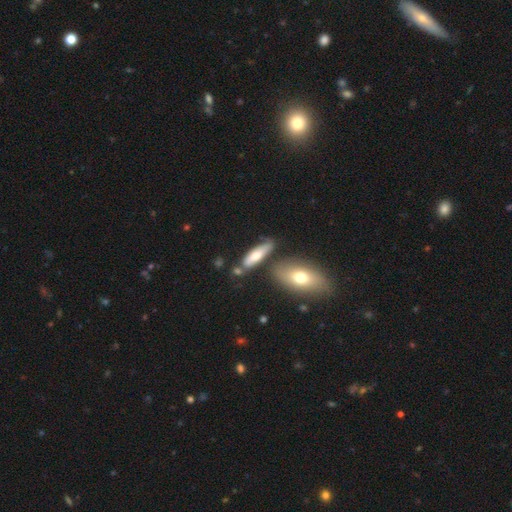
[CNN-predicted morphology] Q: Smooth or featured?
A: smooth (57%); runner-up: featured or disk (37%)
Q: How rounded?
A: in between (50%); runner-up: cigar-shaped (48%)
Q: Merging?
A: none (63%); runner-up: minor disturbance (17%)